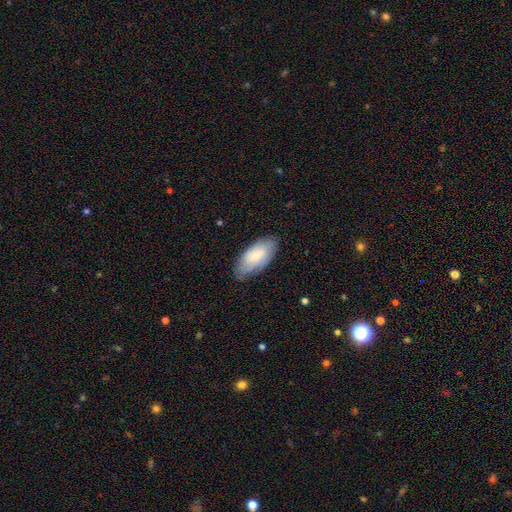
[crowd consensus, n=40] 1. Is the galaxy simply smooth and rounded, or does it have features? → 65% smooth, 30% featured or disk, 5% star or artifact.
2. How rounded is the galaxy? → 96% in between, 4% cigar-shaped, 0% round.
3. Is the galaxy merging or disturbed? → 84% none, 8% minor disturbance, 8% major disturbance, 0% merger.